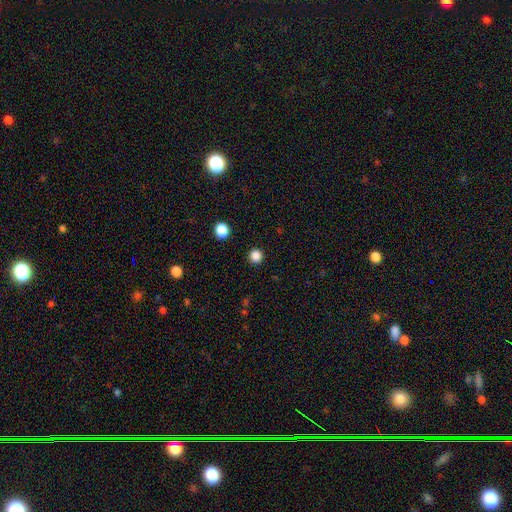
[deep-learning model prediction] Q: Smooth or featured?
A: smooth (85%); runner-up: star or artifact (13%)
Q: How rounded?
A: round (94%); runner-up: in between (5%)
Q: Merging?
A: none (93%); runner-up: minor disturbance (4%)